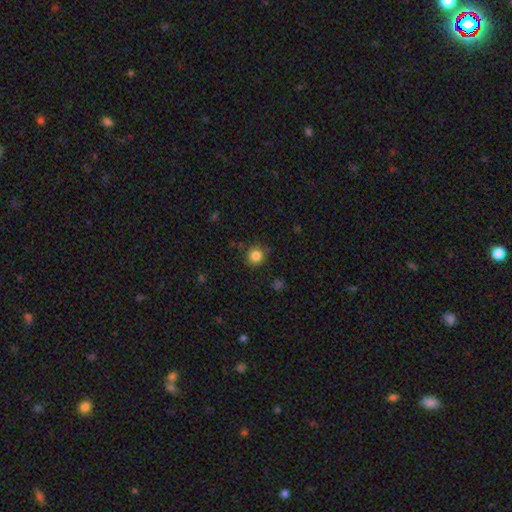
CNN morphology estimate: The model was most divided on "smooth or featured": smooth: 83%, star or artifact: 11%, featured or disk: 5%. More confident: how rounded — round (91%); merging — none (84%).